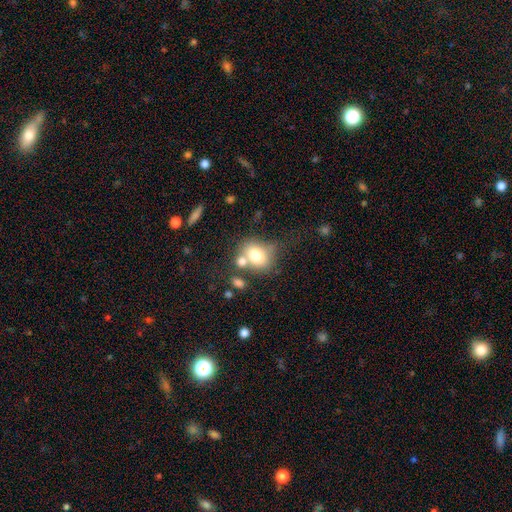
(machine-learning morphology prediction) smooth 73%, featured or disk 17%, star or artifact 11%. Down the decision tree: how rounded — round (54%); merging — none (46%).